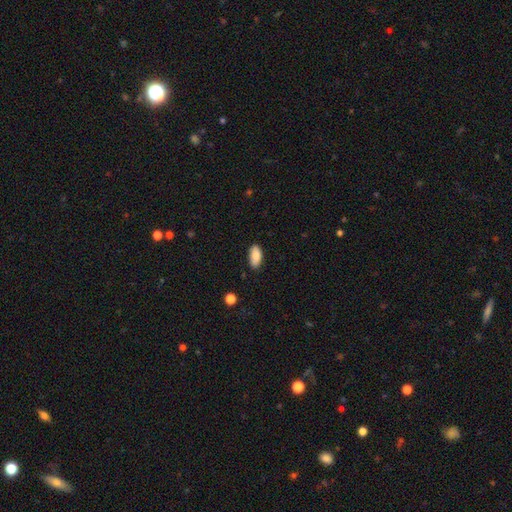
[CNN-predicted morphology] A smooth galaxy with no disk features (87%) that is in between round and cigar-shaped (91%).

Vote fractions:
- Smooth or featured? smooth: 87% / star or artifact: 7% / featured or disk: 5%
- How rounded? in between: 91% / cigar-shaped: 6% / round: 2%
- Merging? none: 83% / minor disturbance: 13% / major disturbance: 2% / merger: 1%